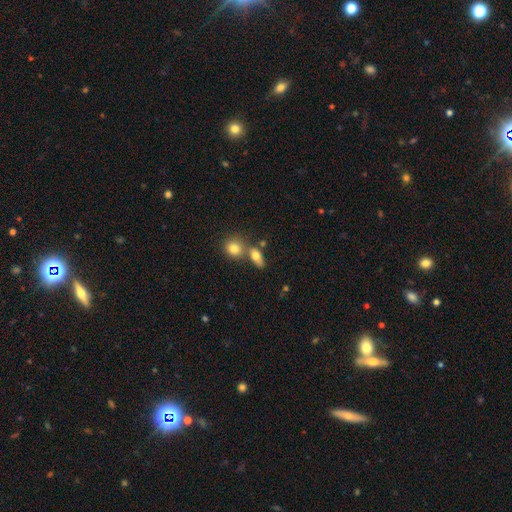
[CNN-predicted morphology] A smooth galaxy with no disk features (77%) that is in between round and cigar-shaped (72%). Merging: none (46%).